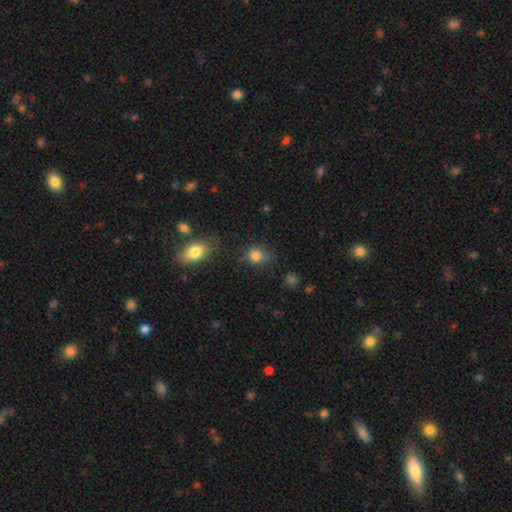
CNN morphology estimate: smooth_or_featured: smooth (p=0.81) [alt: star or artifact p=0.12]
how_rounded: round (p=0.61) [alt: in between p=0.38]
merging: none (p=0.63) [alt: minor disturbance p=0.25]